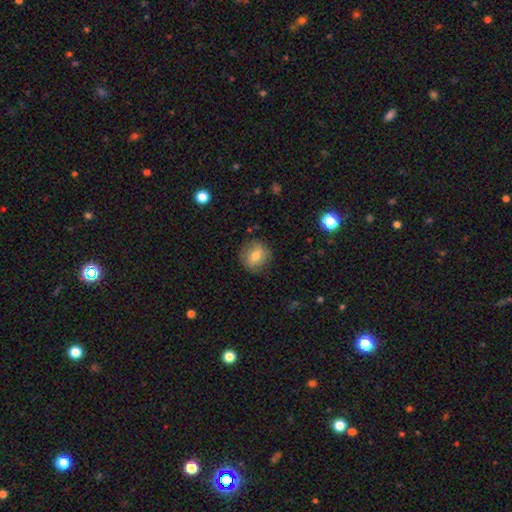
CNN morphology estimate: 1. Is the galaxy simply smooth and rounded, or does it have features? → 74% smooth, 16% featured or disk, 10% star or artifact.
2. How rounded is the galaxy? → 81% round, 17% in between, 1% cigar-shaped.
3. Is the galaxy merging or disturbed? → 84% none, 12% minor disturbance, 3% major disturbance, 1% merger.